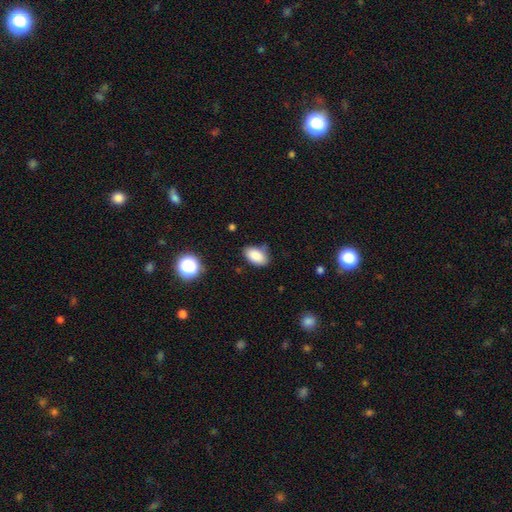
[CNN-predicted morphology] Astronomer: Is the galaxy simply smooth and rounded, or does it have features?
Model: smooth — 86%.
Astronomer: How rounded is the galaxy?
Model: in between — 92%.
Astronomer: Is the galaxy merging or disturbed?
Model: none — 75%.